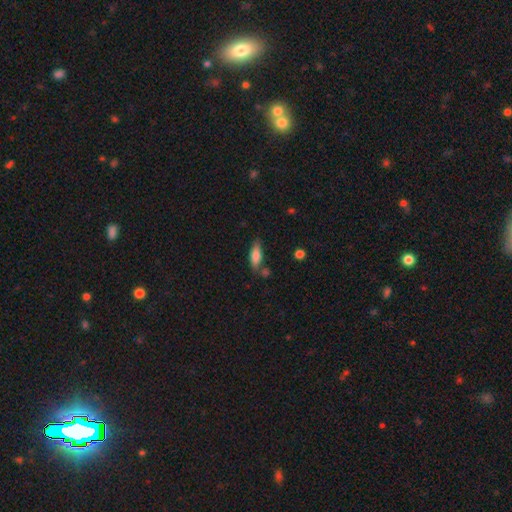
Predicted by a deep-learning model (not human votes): Q: Smooth or featured?
A: smooth (74%); runner-up: featured or disk (19%)
Q: How rounded?
A: in between (58%); runner-up: cigar-shaped (40%)
Q: Merging?
A: none (69%); runner-up: minor disturbance (19%)